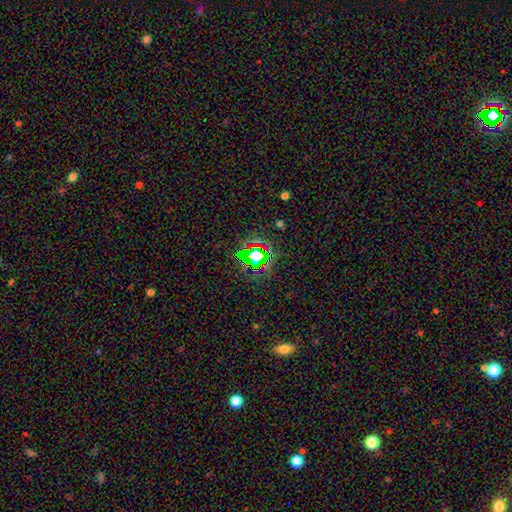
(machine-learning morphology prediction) This appears to be a star or artifact, not a galaxy (71%).